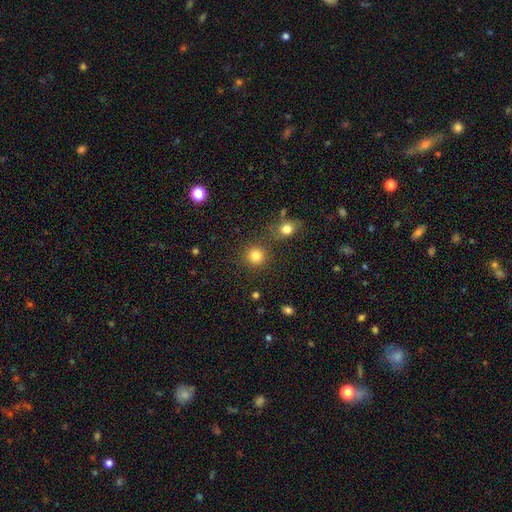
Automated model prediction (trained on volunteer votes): A smooth galaxy with no disk features (83%) that is round (92%). Merging: none (83%).